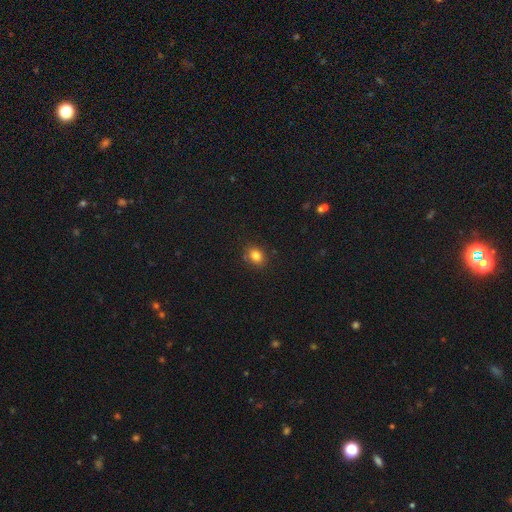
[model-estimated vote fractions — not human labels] A smooth galaxy with no disk features (83%) that is in between round and cigar-shaped (58%).

Vote fractions:
- Smooth or featured? smooth: 83% / star or artifact: 11% / featured or disk: 6%
- How rounded? in between: 58% / round: 41% / cigar-shaped: 1%
- Merging? none: 84% / minor disturbance: 11% / major disturbance: 2% / merger: 2%